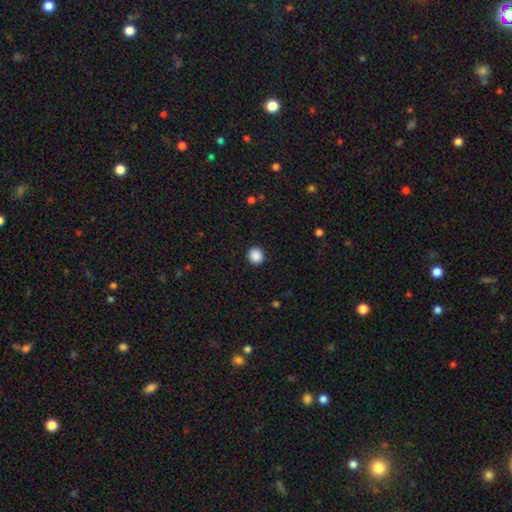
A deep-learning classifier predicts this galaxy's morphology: Smooth or featured?
  - smooth: 89% *
  - star or artifact: 9%
  - featured or disk: 2%
How rounded?
  - round: 92% *
  - in between: 7%
  - cigar-shaped: 1%
Merging?
  - none: 92% *
  - minor disturbance: 5%
  - major disturbance: 2%
  - merger: 1%